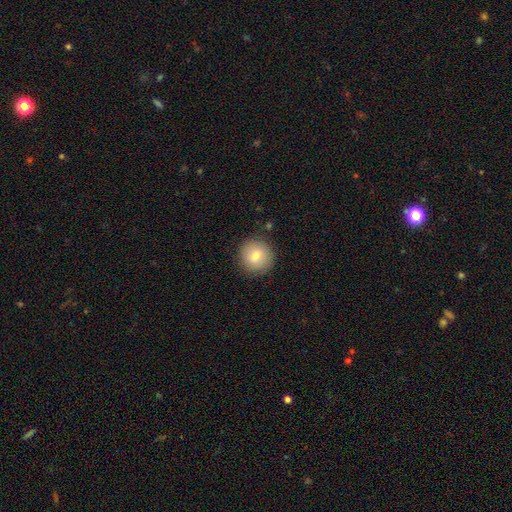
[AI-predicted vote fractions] The model was most divided on "smooth or featured": smooth: 78%, featured or disk: 14%, star or artifact: 8%. More confident: how rounded — round (91%); merging — none (88%).